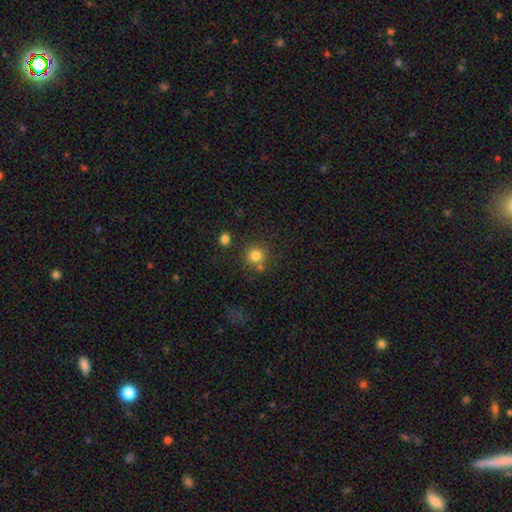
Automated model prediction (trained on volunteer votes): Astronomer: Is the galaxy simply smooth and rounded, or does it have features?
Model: smooth — 81%.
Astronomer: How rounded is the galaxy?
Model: round — 92%.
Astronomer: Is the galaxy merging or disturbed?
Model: none — 75%.